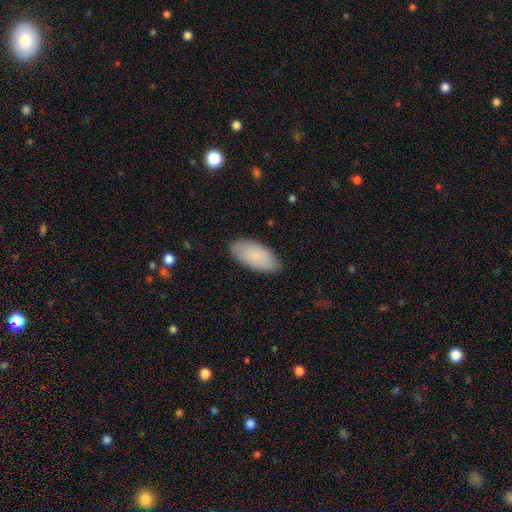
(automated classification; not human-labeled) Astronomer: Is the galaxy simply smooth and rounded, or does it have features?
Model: smooth — 87%.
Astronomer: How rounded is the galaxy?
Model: in between — 93%.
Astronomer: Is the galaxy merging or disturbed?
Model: none — 86%.